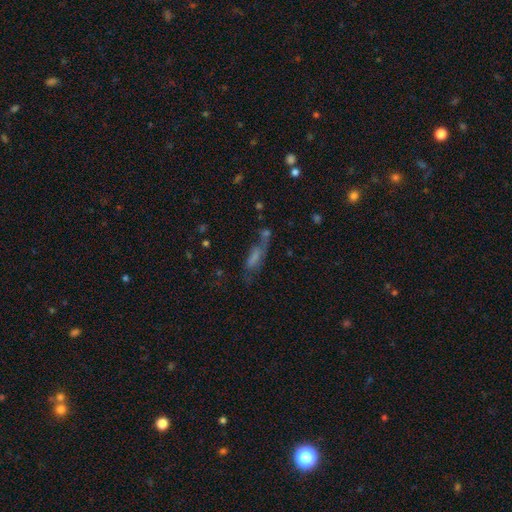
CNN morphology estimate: Smooth or featured? Predicted: smooth (p=0.44). Merging? Predicted: none (p=0.41).